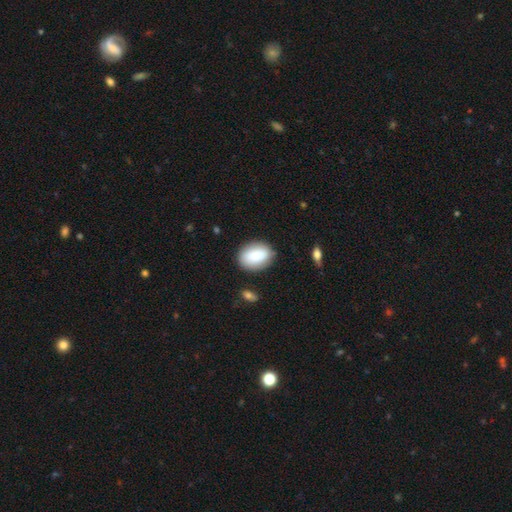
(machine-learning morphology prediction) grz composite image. It shows a smooth galaxy with no disk features (87%) that is in between round and cigar-shaped (79%). Merging: none (82%).